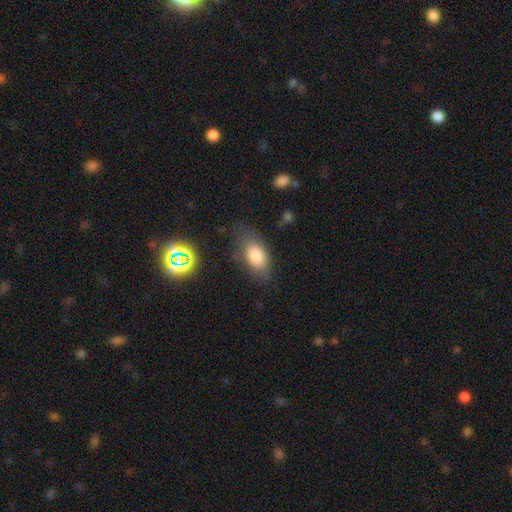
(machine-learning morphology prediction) Overall: smooth (79%). How rounded: in between (90%). Merging: none (66%).